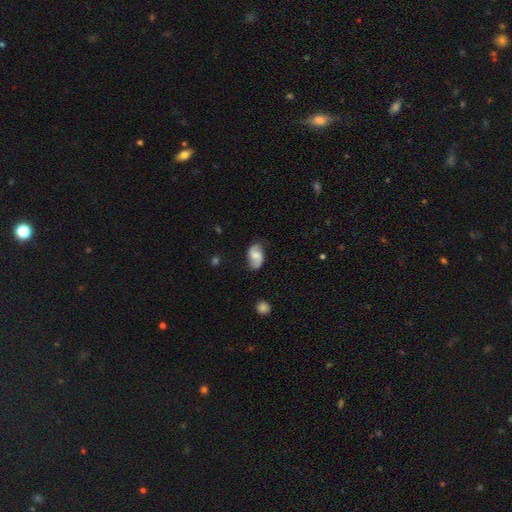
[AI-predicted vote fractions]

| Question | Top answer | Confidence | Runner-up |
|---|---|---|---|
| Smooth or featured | featured or disk | 59% | smooth (34%) |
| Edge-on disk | no | 97% | yes (3%) |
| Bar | no | 47% | weak (43%) |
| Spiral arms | yes | 92% | no (8%) |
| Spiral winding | loose | 45% | medium (39%) |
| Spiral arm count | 2 | 90% | can't tell (5%) |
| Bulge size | moderate | 41% | small (30%) |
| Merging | none | 76% | minor disturbance (18%) |